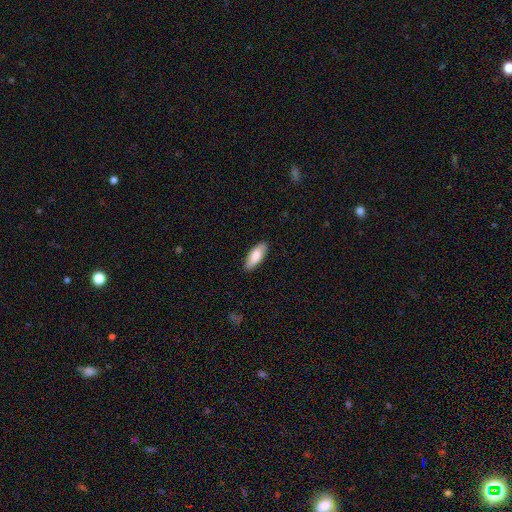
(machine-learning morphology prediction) Smooth or featured? Predicted: smooth (p=0.81). How rounded? Predicted: in between (p=0.76). Merging? Predicted: none (p=0.86).